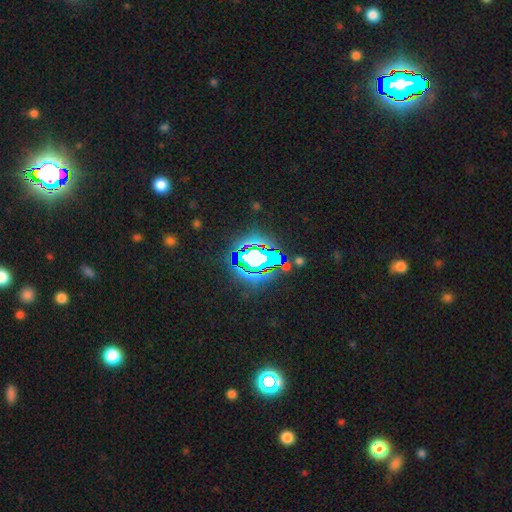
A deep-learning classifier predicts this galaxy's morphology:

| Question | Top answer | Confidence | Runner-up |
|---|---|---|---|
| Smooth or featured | star or artifact | 76% | smooth (13%) |